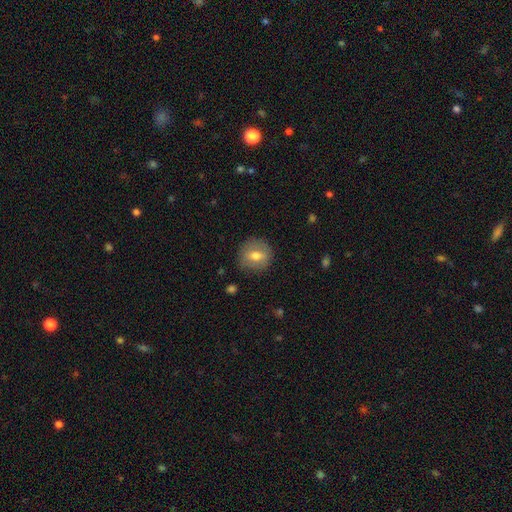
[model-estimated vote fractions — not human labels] smooth_or_featured: smooth (p=0.63) [alt: featured or disk p=0.28]
how_rounded: round (p=0.84) [alt: in between p=0.14]
merging: none (p=0.84) [alt: minor disturbance p=0.11]